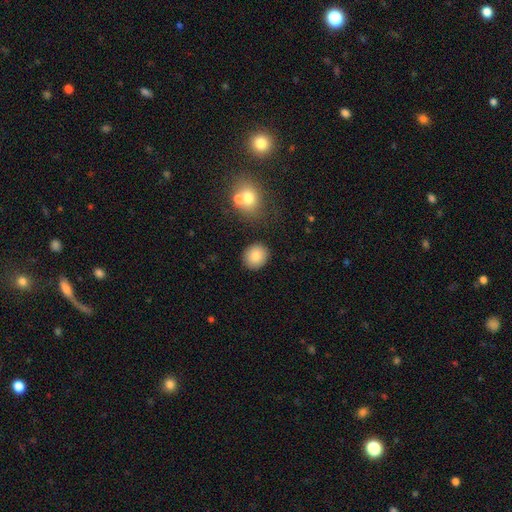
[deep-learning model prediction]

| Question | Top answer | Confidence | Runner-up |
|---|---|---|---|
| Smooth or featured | smooth | 85% | star or artifact (8%) |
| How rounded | round | 78% | in between (21%) |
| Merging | none | 86% | minor disturbance (8%) |